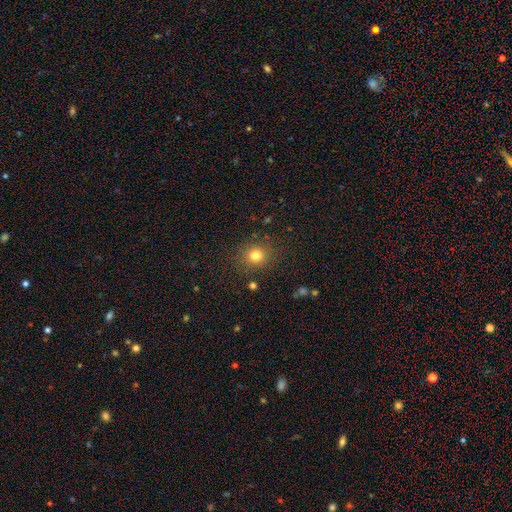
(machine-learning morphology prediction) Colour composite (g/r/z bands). It shows a smooth galaxy with no disk features (79%) that is round (80%). Merging: none (85%).